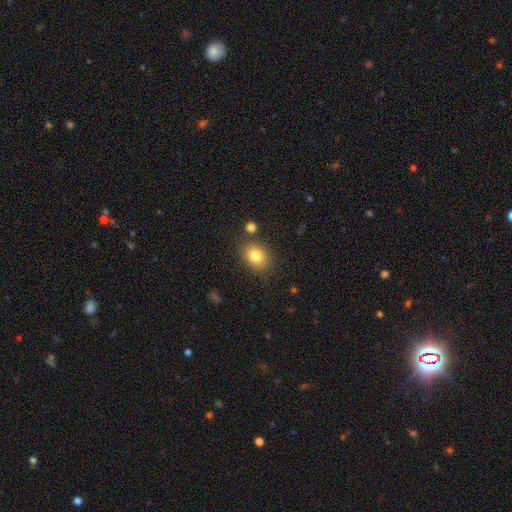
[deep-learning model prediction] smooth_or_featured: smooth (p=0.80) [alt: star or artifact p=0.11]
how_rounded: in between (p=0.59) [alt: round p=0.40]
merging: none (p=0.79) [alt: minor disturbance p=0.11]